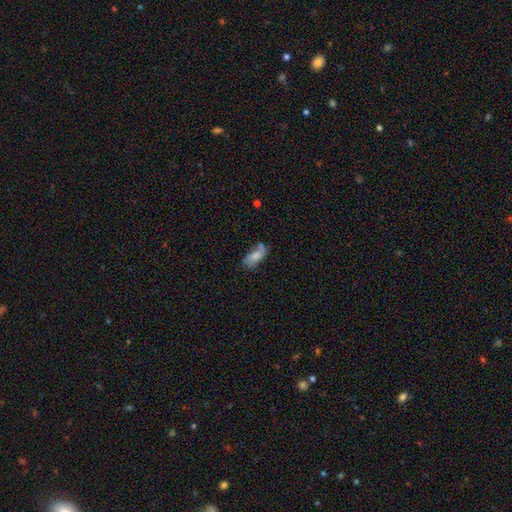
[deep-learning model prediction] Morphology: type=smooth (68%); roundness=in between (84%); merging=none (46%).